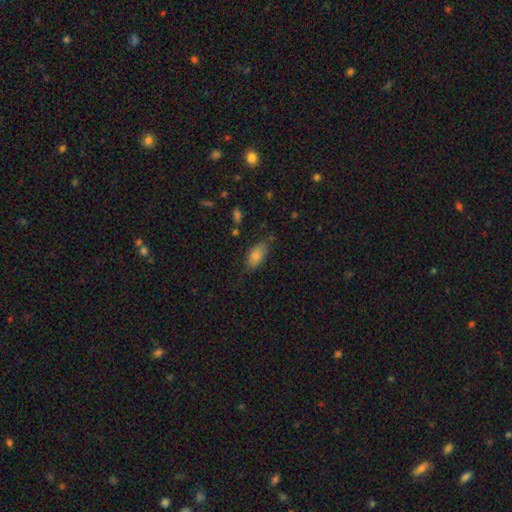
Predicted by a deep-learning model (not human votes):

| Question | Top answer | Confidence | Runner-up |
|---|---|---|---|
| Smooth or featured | smooth | 77% | featured or disk (14%) |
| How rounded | in between | 88% | cigar-shaped (8%) |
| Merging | none | 72% | minor disturbance (22%) |